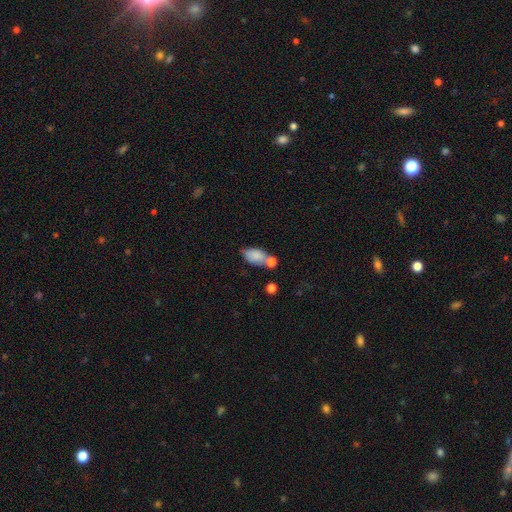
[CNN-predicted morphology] Overall: smooth (80%). How rounded: in between (89%). Merging: none (43%; merger 30%).